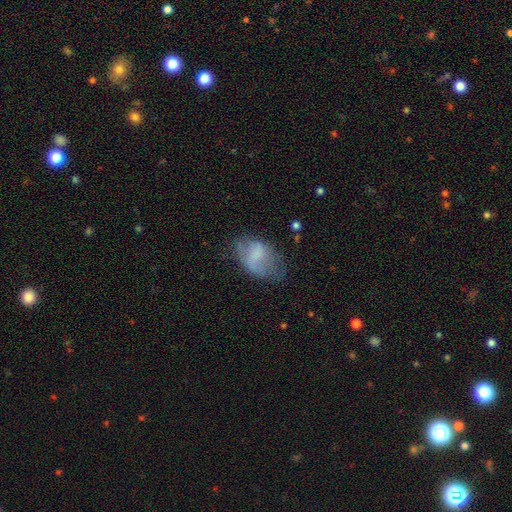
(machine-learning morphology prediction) type=smooth (58%); roundness=in between (86%); merging=none (39%).